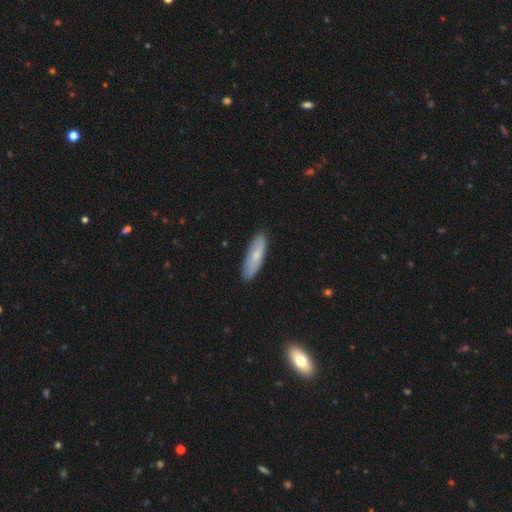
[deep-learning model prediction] Smooth or featured?
  - smooth: 68% *
  - featured or disk: 27%
  - star or artifact: 6%
How rounded?
  - cigar-shaped: 56% *
  - in between: 42%
  - round: 2%
Merging?
  - none: 87% *
  - minor disturbance: 10%
  - major disturbance: 2%
  - merger: 1%